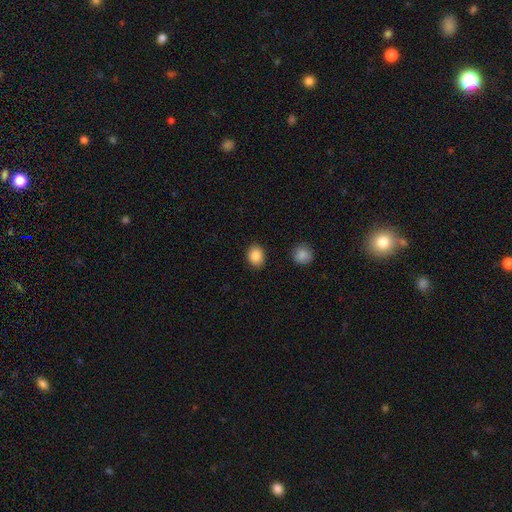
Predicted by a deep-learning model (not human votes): Morphology: type=smooth (88%); roundness=in between (50%); merging=none (87%).